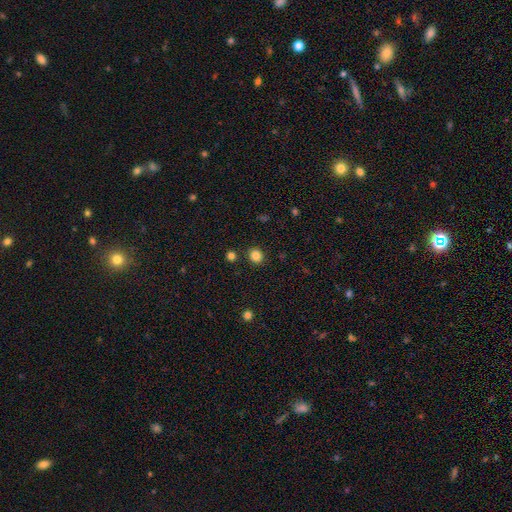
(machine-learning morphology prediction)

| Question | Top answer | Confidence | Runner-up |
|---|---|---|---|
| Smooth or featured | smooth | 84% | star or artifact (12%) |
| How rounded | round | 82% | in between (17%) |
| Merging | none | 87% | minor disturbance (7%) |